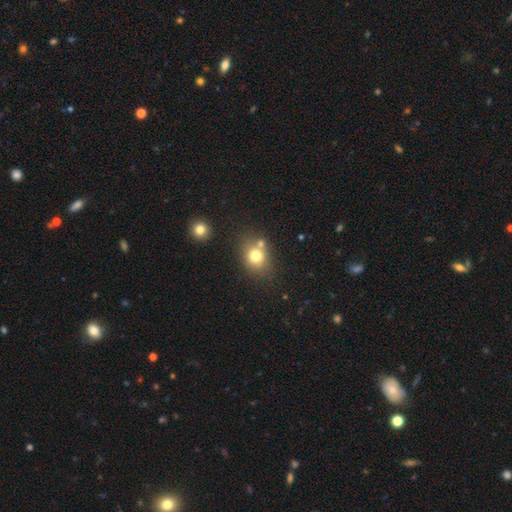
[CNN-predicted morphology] The model was most divided on "how rounded": round: 56%, in between: 43%, cigar-shaped: 1%. More confident: smooth or featured — smooth (75%); merging — none (59%).